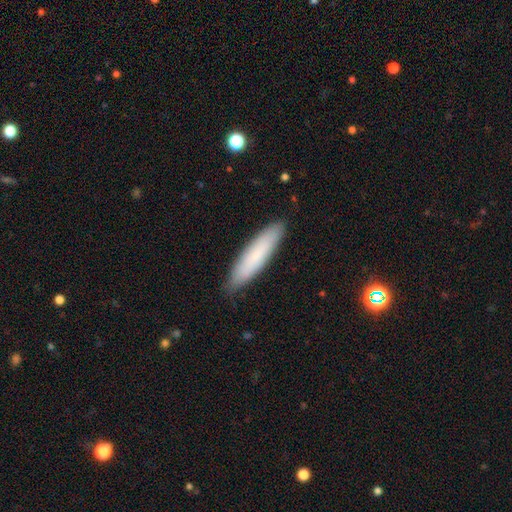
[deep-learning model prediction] This is likely a smooth galaxy (78%). How rounded: likely cigar-shaped (75%). Merging: clearly none (88%).